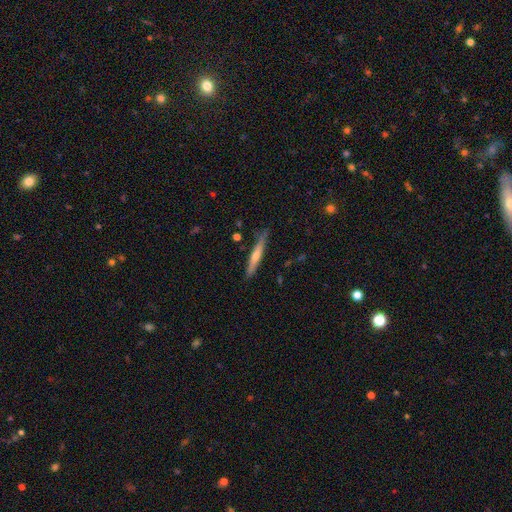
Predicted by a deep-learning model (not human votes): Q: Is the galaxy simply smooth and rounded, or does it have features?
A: featured or disk — 61%.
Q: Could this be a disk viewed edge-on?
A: yes — 97%.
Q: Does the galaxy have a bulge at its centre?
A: rounded — 74%.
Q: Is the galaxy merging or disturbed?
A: none — 87%.